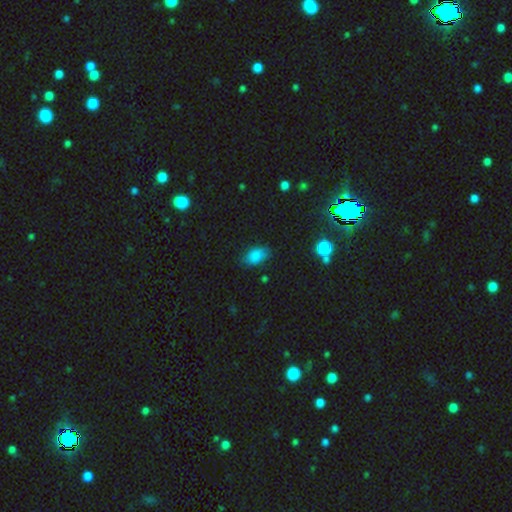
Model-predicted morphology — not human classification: Overall: smooth (82%). How rounded: in between (88%). Merging: none (75%).